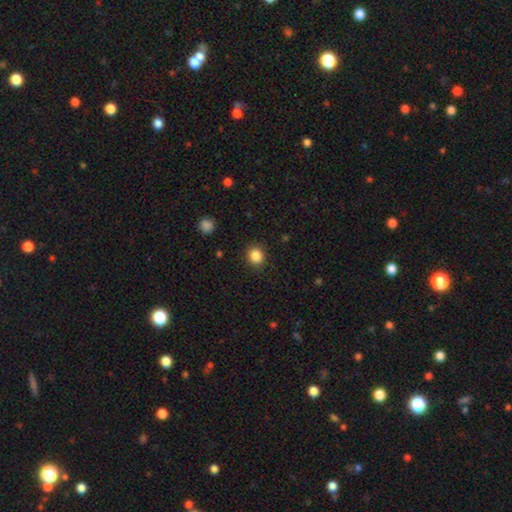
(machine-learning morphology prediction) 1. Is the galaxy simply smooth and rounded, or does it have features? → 86% smooth, 10% star or artifact, 3% featured or disk.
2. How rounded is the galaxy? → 75% round, 24% in between, 1% cigar-shaped.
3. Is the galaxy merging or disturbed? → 89% none, 7% minor disturbance, 3% major disturbance, 1% merger.